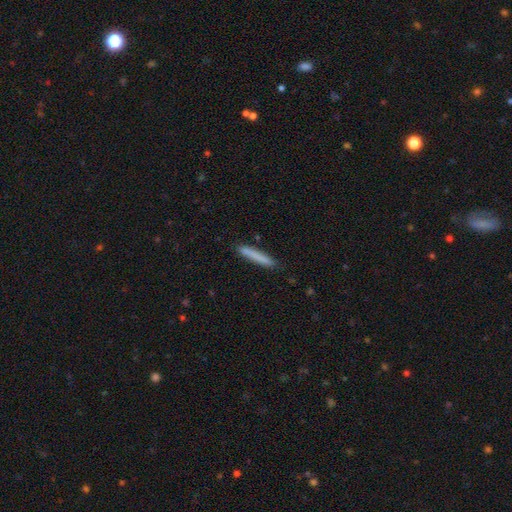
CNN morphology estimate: This is likely a smooth galaxy (79%). How rounded: clearly cigar-shaped (96%). Merging: clearly none (89%).